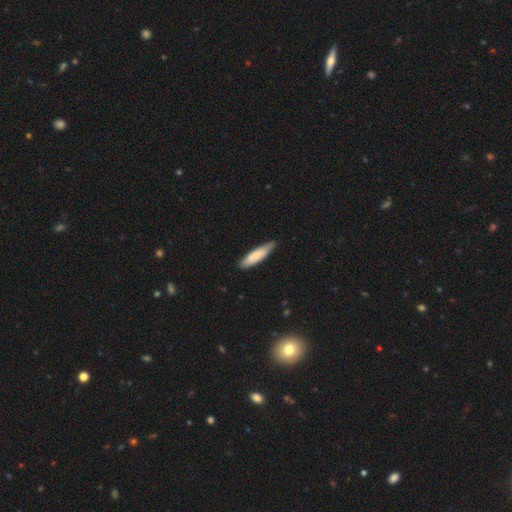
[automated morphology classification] Smooth or featured? Predicted: smooth (p=0.82). How rounded? Predicted: cigar-shaped (p=0.71). Merging? Predicted: none (p=0.75).